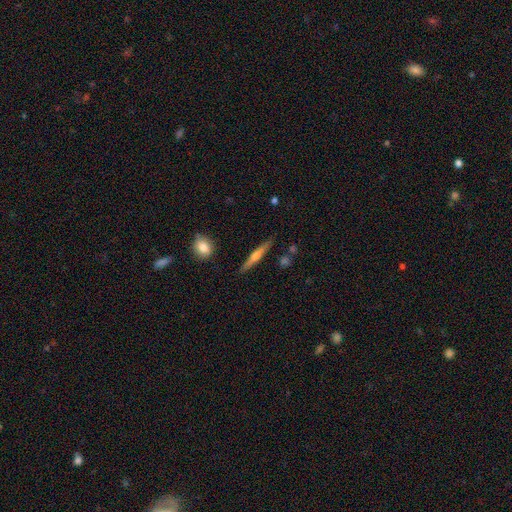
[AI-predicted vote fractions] Q: Smooth or featured?
A: featured or disk (54%); runner-up: smooth (40%)
Q: Edge-on disk?
A: yes (97%); runner-up: no (3%)
Q: Edge-on bulge?
A: rounded (78%); runner-up: none (14%)
Q: Merging?
A: none (88%); runner-up: minor disturbance (8%)